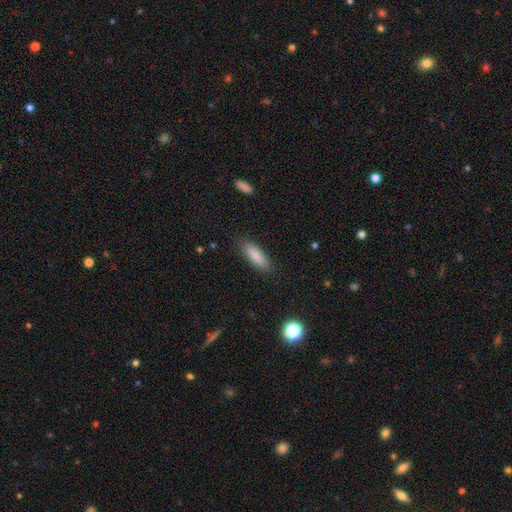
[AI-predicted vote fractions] This appears to be a smooth galaxy with no disk features (84%) that is cigar-shaped (50%). Merging: none (86%).